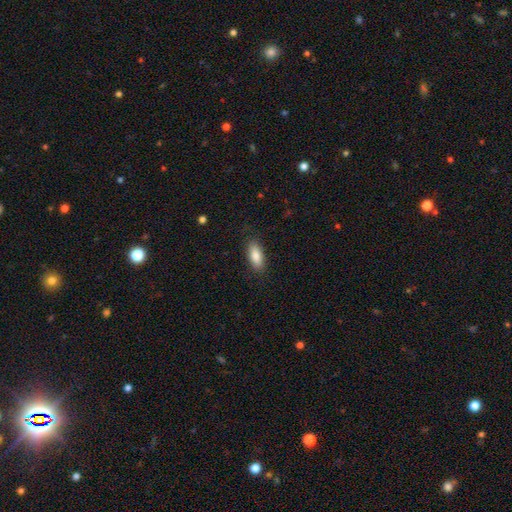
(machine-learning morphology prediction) Q: Smooth or featured?
A: smooth (84%); runner-up: featured or disk (9%)
Q: How rounded?
A: in between (81%); runner-up: cigar-shaped (17%)
Q: Merging?
A: none (86%); runner-up: minor disturbance (11%)